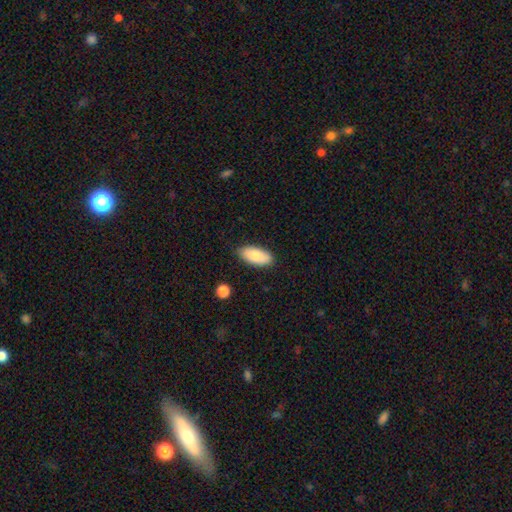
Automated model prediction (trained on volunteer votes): Morphology: type=smooth (83%); roundness=in between (92%); merging=none (83%).